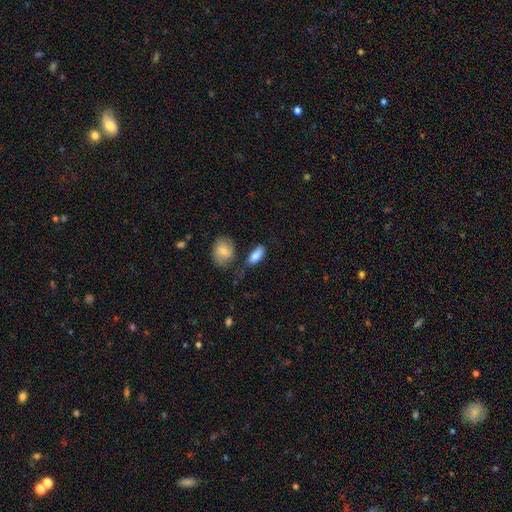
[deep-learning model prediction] Morphology: type=smooth (80%); roundness=in between (79%); merging=none (65%).